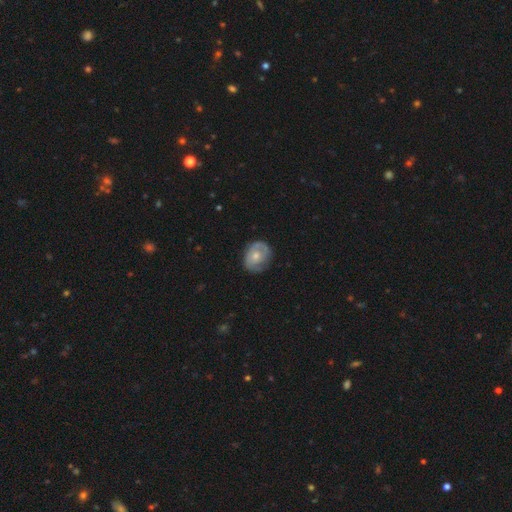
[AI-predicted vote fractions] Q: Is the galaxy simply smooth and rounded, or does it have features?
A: featured or disk — 49%.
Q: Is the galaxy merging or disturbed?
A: none — 69%.